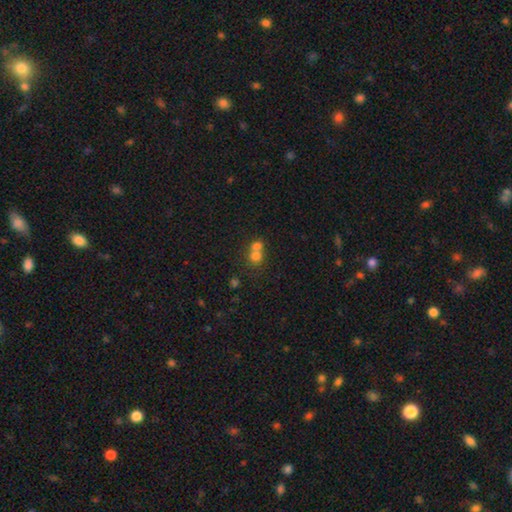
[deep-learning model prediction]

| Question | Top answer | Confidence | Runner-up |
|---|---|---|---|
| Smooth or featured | smooth | 73% | featured or disk (14%) |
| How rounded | round | 78% | in between (21%) |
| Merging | merger | 63% | none (29%) |